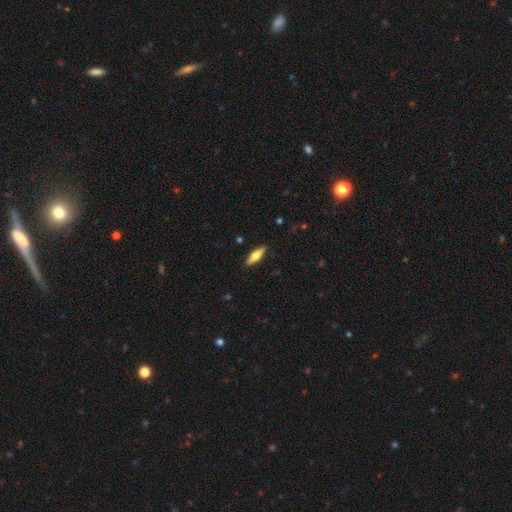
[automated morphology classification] type=smooth (52%); roundness=cigar-shaped (52%); merging=none (89%).